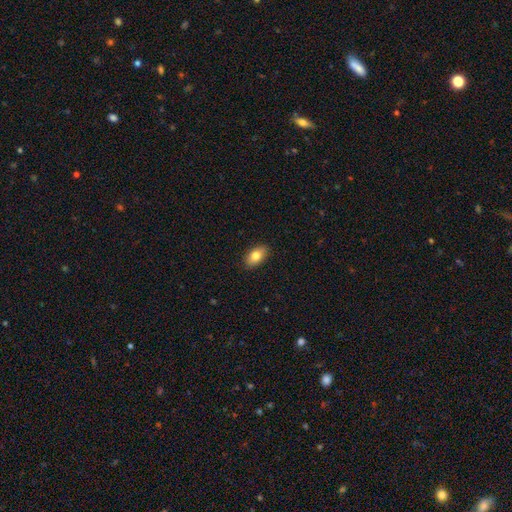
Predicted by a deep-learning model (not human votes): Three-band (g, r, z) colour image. It shows a smooth galaxy with no disk features (81%) that is in between round and cigar-shaped (91%). Merging: none (89%).